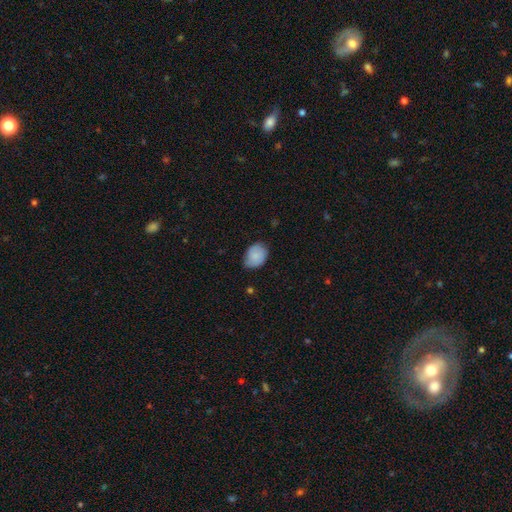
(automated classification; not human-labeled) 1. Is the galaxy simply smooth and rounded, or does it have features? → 82% smooth, 11% featured or disk, 7% star or artifact.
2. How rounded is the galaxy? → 67% in between, 32% round, 1% cigar-shaped.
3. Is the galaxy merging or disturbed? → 67% none, 28% minor disturbance, 4% major disturbance, 1% merger.